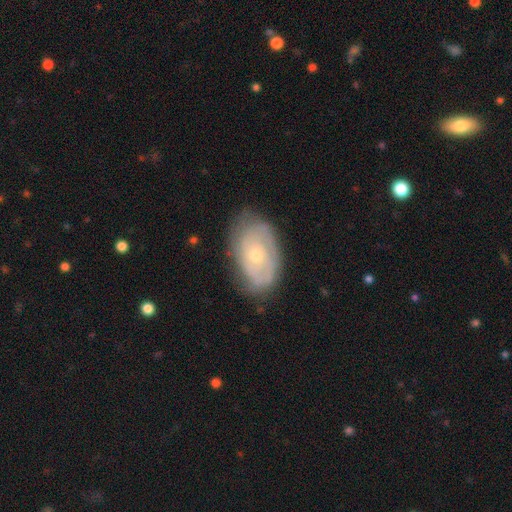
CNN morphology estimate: Smooth or featured: featured or disk — 66% (smooth — 28%)
Edge-on disk: no — 94% (yes — 6%)
Bar: no — 83% (weak — 15%)
Spiral arms: yes — 73% (no — 27%)
Bulge size: small — 60% (moderate — 36%)
Merging: none — 70% (minor disturbance — 22%)